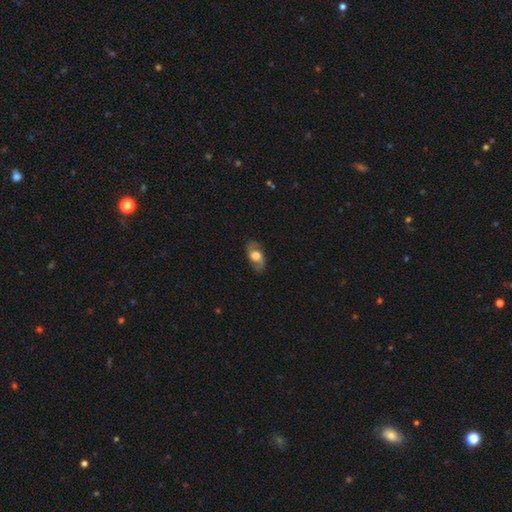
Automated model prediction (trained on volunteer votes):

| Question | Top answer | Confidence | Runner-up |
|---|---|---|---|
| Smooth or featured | featured or disk | 63% | smooth (30%) |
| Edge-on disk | no | 91% | yes (9%) |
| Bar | no | 63% | weak (30%) |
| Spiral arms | yes | 80% | no (20%) |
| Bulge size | large | 57% | moderate (28%) |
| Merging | none | 79% | minor disturbance (14%) |